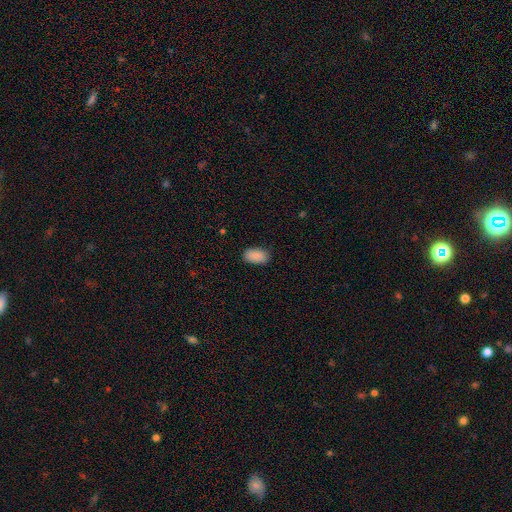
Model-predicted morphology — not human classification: Q: Smooth or featured?
A: smooth (89%); runner-up: star or artifact (7%)
Q: How rounded?
A: in between (94%); runner-up: round (5%)
Q: Merging?
A: none (85%); runner-up: minor disturbance (12%)